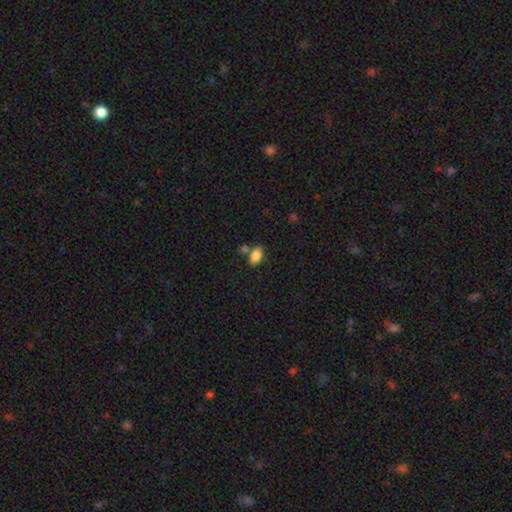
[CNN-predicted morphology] smooth 86%, star or artifact 9%, featured or disk 6%. Down the decision tree: how rounded — in between (91%); merging — none (64%).